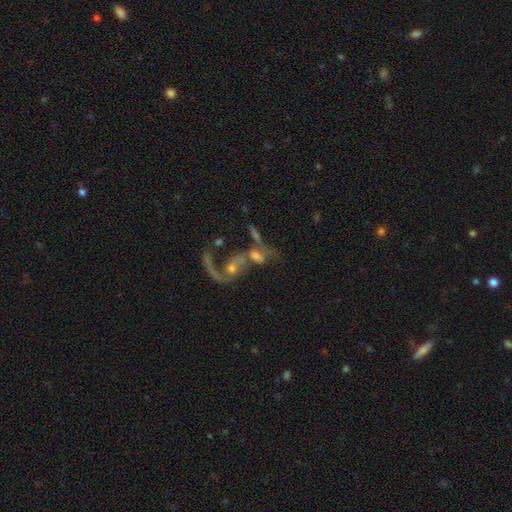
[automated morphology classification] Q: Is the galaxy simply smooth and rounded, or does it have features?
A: featured or disk — 69%.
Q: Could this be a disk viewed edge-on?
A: no — 94%.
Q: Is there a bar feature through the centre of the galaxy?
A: no — 65%.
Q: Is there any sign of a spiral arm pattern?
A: yes — 71%.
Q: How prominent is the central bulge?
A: small — 38%, tied with moderate.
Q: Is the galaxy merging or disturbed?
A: merger — 53%.